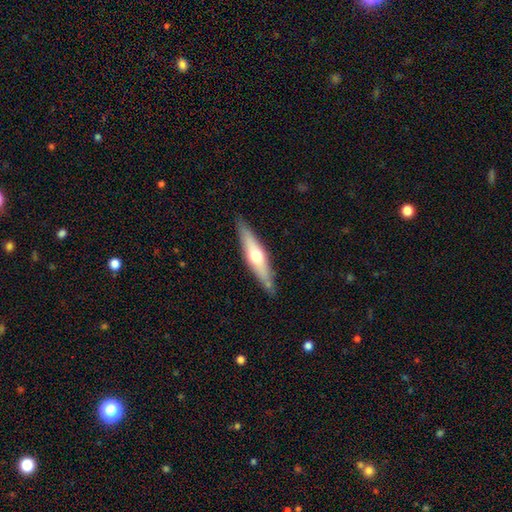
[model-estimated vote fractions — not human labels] smooth-or-featured: featured or disk: 51% | smooth: 44% | star or artifact: 5%
  disk-edge-on: yes: 89% | no: 11%
  merging: none: 83% | minor disturbance: 12% | merger: 3% | major disturbance: 2%